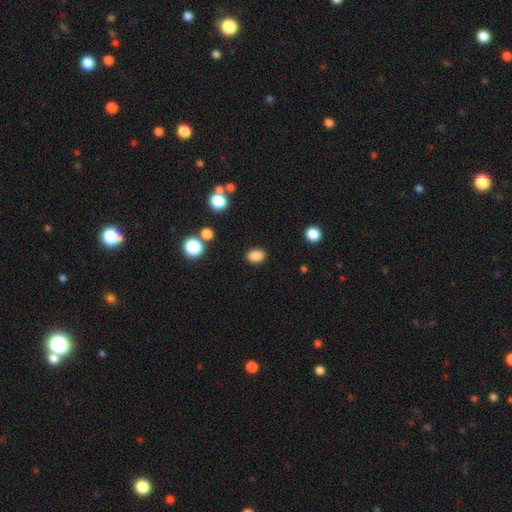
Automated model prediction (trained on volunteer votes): smooth_or_featured: smooth (p=0.86) [alt: star or artifact p=0.11]
how_rounded: in between (p=0.73) [alt: round p=0.26]
merging: none (p=0.88) [alt: minor disturbance p=0.08]